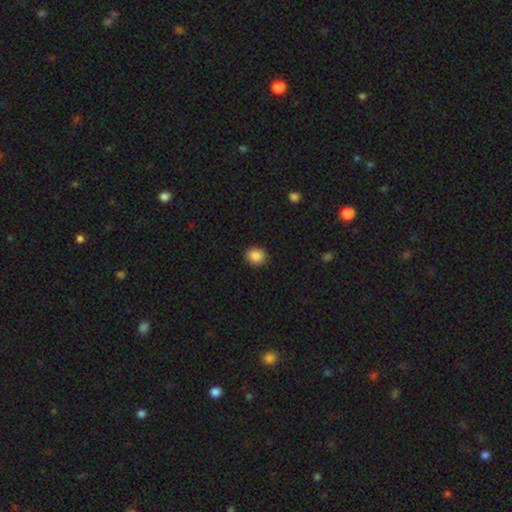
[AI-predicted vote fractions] A smooth galaxy with no disk features (87%) that is round (83%).

Vote fractions:
- Smooth or featured? smooth: 87% / star or artifact: 9% / featured or disk: 4%
- How rounded? round: 83% / in between: 16% / cigar-shaped: 1%
- Merging? none: 91% / minor disturbance: 6% / major disturbance: 2% / merger: 1%